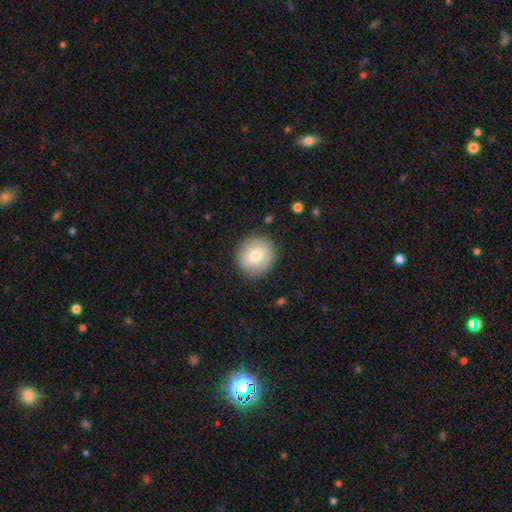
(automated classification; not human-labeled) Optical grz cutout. It shows a smooth galaxy with no disk features (66%) that is round (88%). Merging: none (87%).